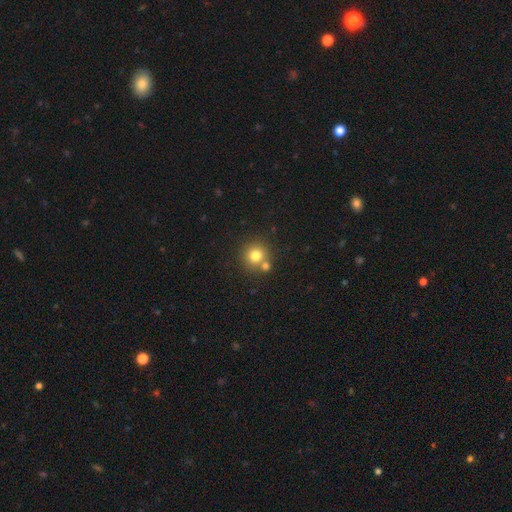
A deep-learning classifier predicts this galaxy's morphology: smooth_or_featured: smooth (p=0.78) [alt: star or artifact p=0.13]
how_rounded: round (p=0.91) [alt: in between p=0.08]
merging: none (p=0.66) [alt: merger p=0.24]